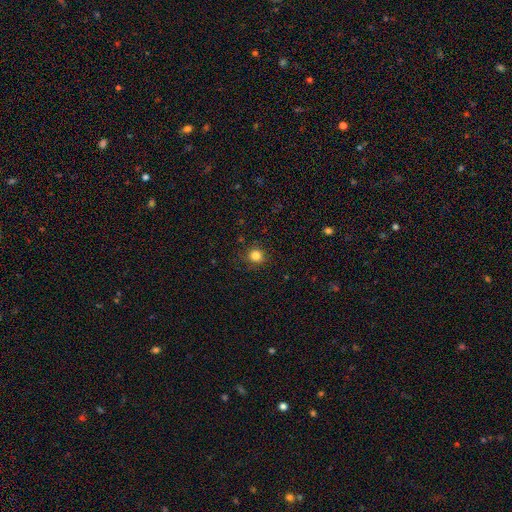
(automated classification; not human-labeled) Smooth or featured: smooth — 82% (star or artifact — 13%)
How rounded: round — 90% (in between — 9%)
Merging: none — 86% (minor disturbance — 10%)